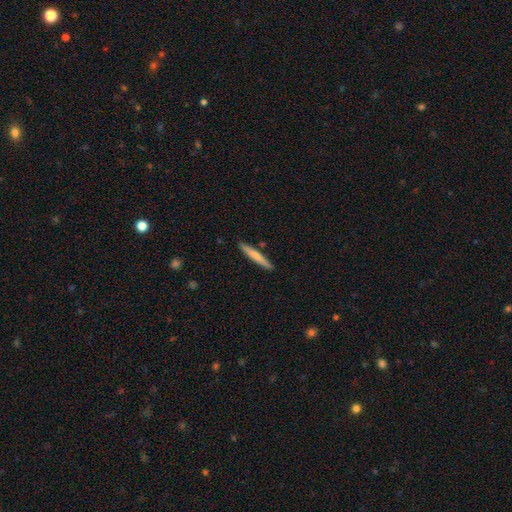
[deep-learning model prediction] Q: Smooth or featured?
A: smooth (69%); runner-up: featured or disk (26%)
Q: How rounded?
A: cigar-shaped (95%); runner-up: in between (4%)
Q: Merging?
A: none (89%); runner-up: minor disturbance (8%)